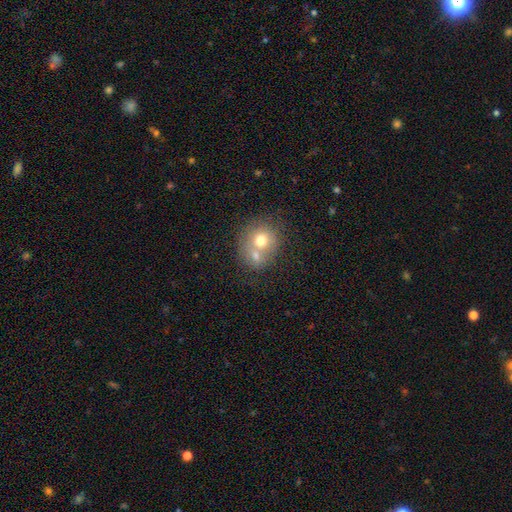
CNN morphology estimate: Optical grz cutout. It shows a smooth galaxy with no disk features (67%) that is round (78%). Merging: merger (57%).